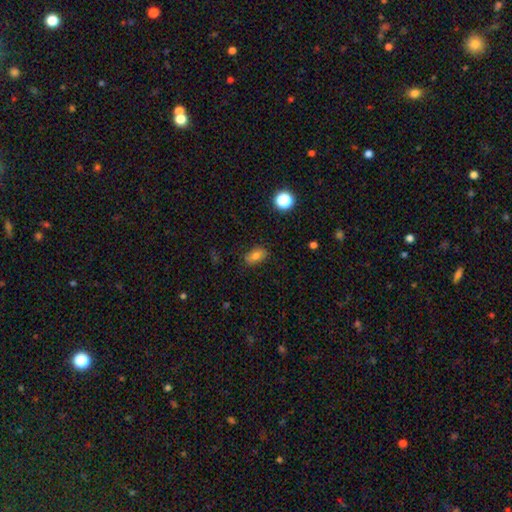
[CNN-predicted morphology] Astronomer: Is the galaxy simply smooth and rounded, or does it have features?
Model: smooth — 77%.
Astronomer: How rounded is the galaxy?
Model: in between — 86%.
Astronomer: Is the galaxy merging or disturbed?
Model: none — 83%.